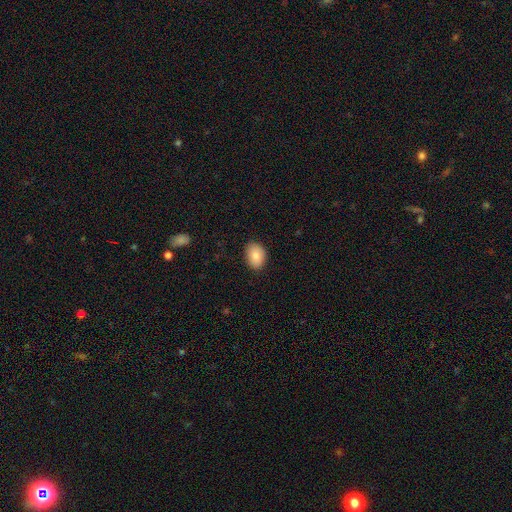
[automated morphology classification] The model was most divided on "how rounded": in between: 80%, round: 19%, cigar-shaped: 1%. More confident: merging — none (87%); smooth or featured — smooth (86%).